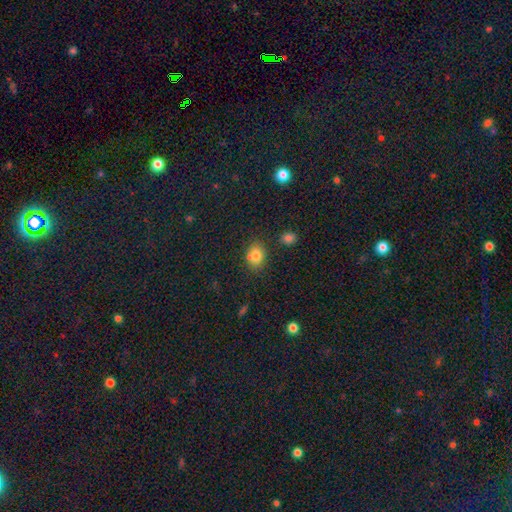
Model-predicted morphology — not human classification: Smooth or featured? smooth (77%)
How rounded? in between (51%)
Merging? none (69%)